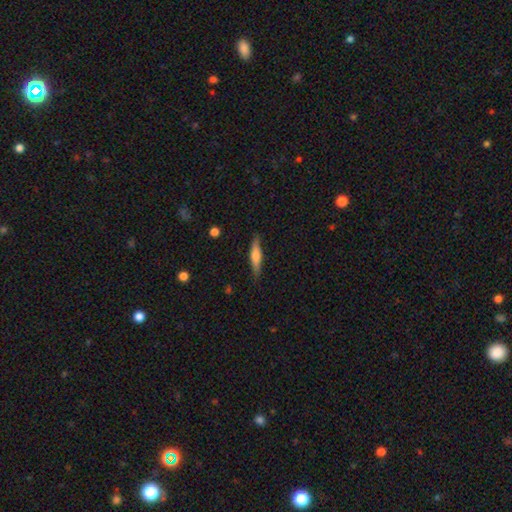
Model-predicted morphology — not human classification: Overall: smooth (53%; featured or disk 41%). How rounded: cigar-shaped (83%). Merging: none (87%).